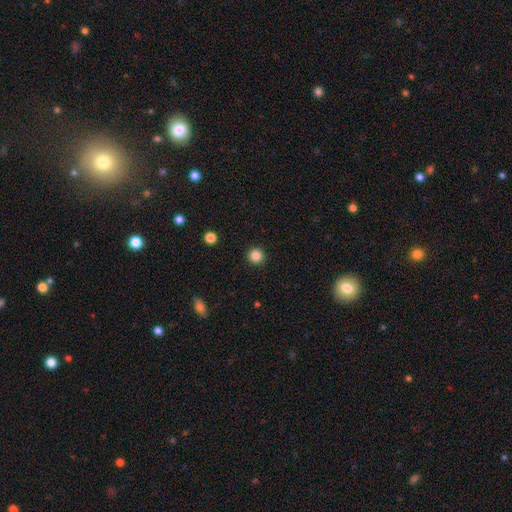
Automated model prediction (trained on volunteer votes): Q: Smooth or featured?
A: smooth (85%); runner-up: star or artifact (12%)
Q: How rounded?
A: round (95%); runner-up: in between (4%)
Q: Merging?
A: none (93%); runner-up: minor disturbance (4%)